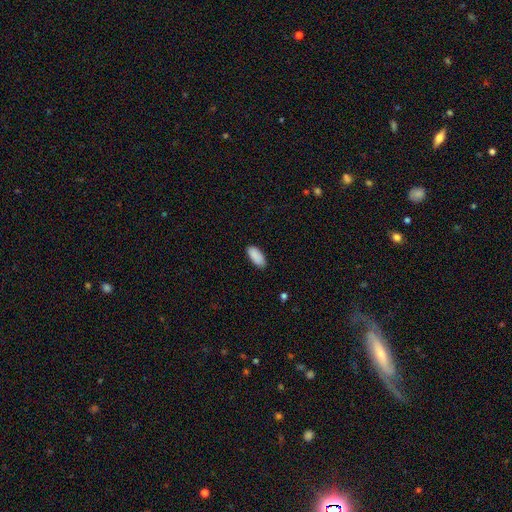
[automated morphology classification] smooth_or_featured: smooth (p=0.90) [alt: star or artifact p=0.06]
how_rounded: in between (p=0.88) [alt: cigar-shaped p=0.10]
merging: none (p=0.85) [alt: minor disturbance p=0.12]